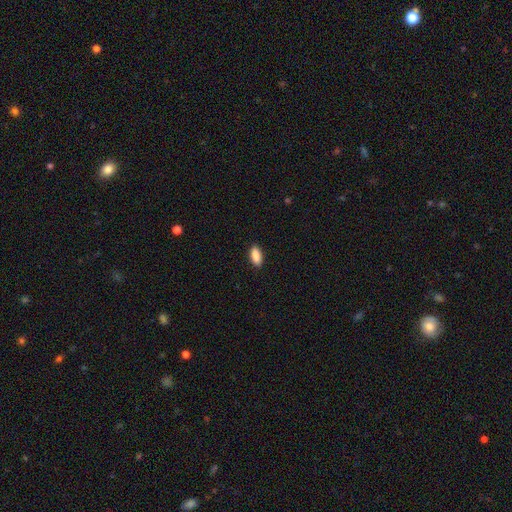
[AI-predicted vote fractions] This appears to be a smooth galaxy with no disk features (90%) that is in between round and cigar-shaped (86%). Merging: none (89%).